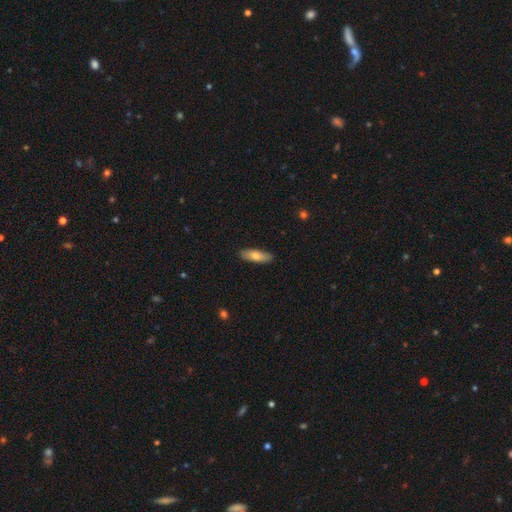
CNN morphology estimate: smooth_or_featured: smooth (p=0.73) [alt: featured or disk p=0.21]
how_rounded: in between (p=0.50) [alt: cigar-shaped p=0.48]
merging: none (p=0.88) [alt: minor disturbance p=0.09]